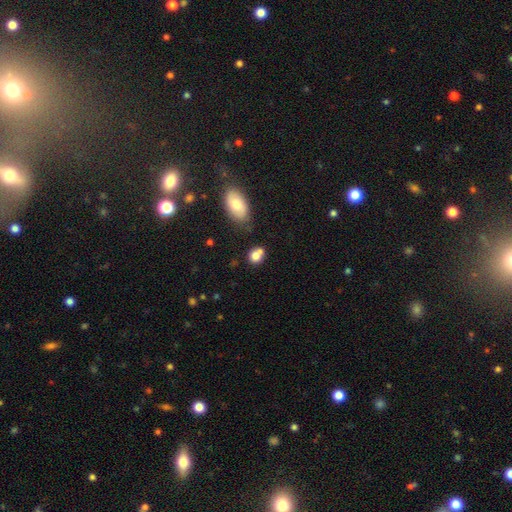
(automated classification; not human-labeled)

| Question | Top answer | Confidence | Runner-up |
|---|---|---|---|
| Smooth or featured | smooth | 80% | star or artifact (10%) |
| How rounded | round | 62% | in between (36%) |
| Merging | none | 49% | merger (30%) |